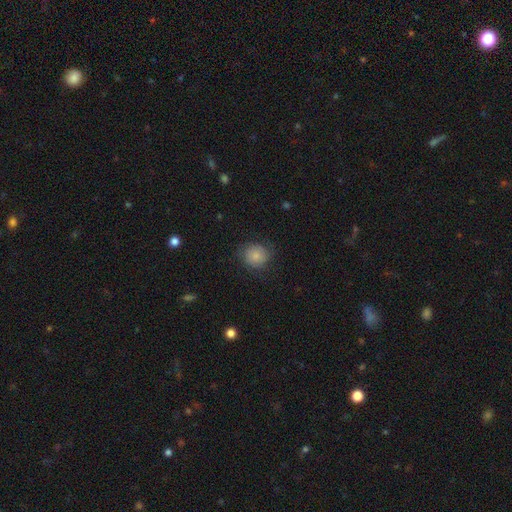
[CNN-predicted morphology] Smooth or featured?
  - smooth: 79% *
  - featured or disk: 12%
  - star or artifact: 9%
How rounded?
  - round: 84% *
  - in between: 15%
  - cigar-shaped: 1%
Merging?
  - none: 74% *
  - minor disturbance: 18%
  - major disturbance: 7%
  - merger: 1%